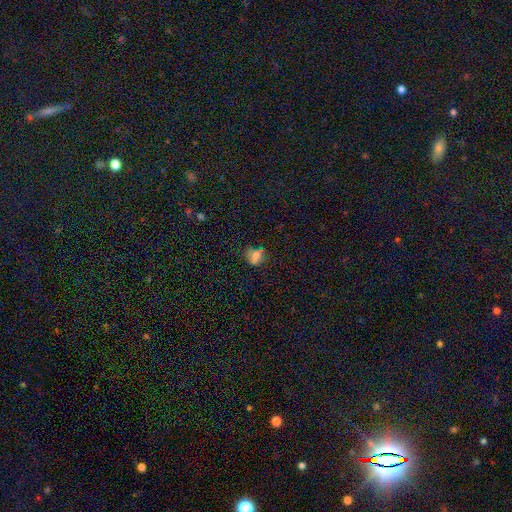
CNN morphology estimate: smooth_or_featured: smooth (p=0.63) [alt: star or artifact p=0.24]
how_rounded: round (p=0.52) [alt: in between p=0.44]
merging: none (p=0.65) [alt: minor disturbance p=0.21]